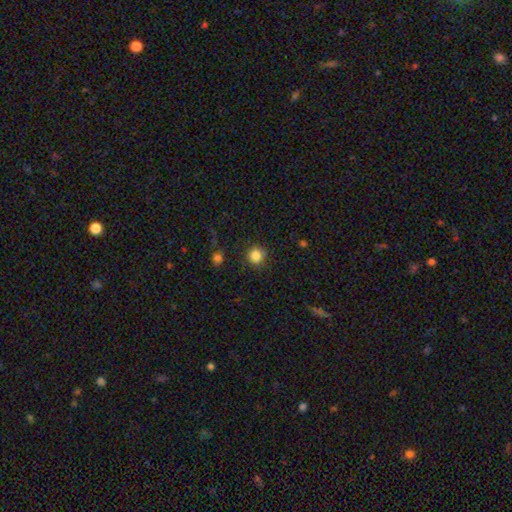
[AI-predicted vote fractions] A smooth galaxy with no disk features (85%) that is round (93%).

Vote fractions:
- Smooth or featured? smooth: 85% / star or artifact: 11% / featured or disk: 4%
- How rounded? round: 93% / in between: 6% / cigar-shaped: 1%
- Merging? none: 86% / minor disturbance: 10% / major disturbance: 3% / merger: 2%